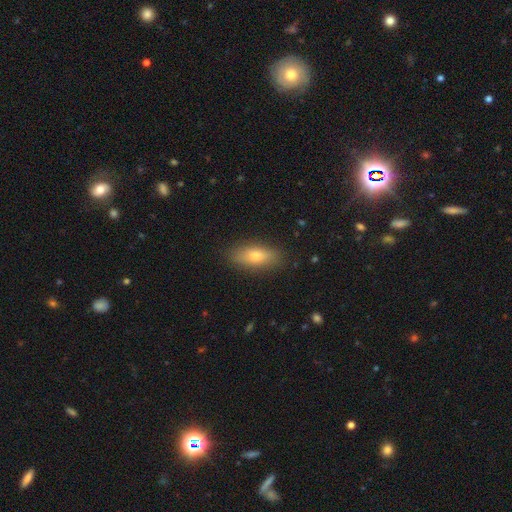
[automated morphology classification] smooth 71%, featured or disk 22%, star or artifact 8%. Down the decision tree: how rounded — in between (72%); merging — none (87%).